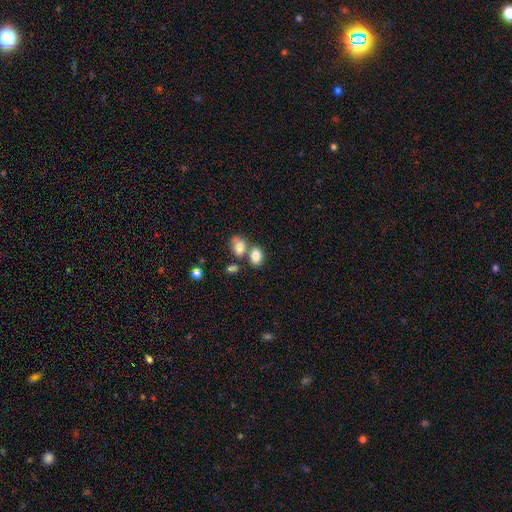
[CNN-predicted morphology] Smooth or featured? Predicted: smooth (p=0.81). How rounded? Predicted: in between (p=0.76). Merging? Predicted: none (p=0.45).